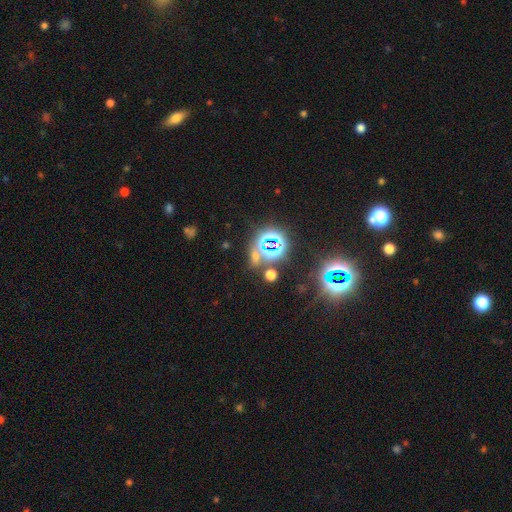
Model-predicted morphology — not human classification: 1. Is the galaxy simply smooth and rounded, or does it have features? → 62% star or artifact, 29% smooth, 9% featured or disk.